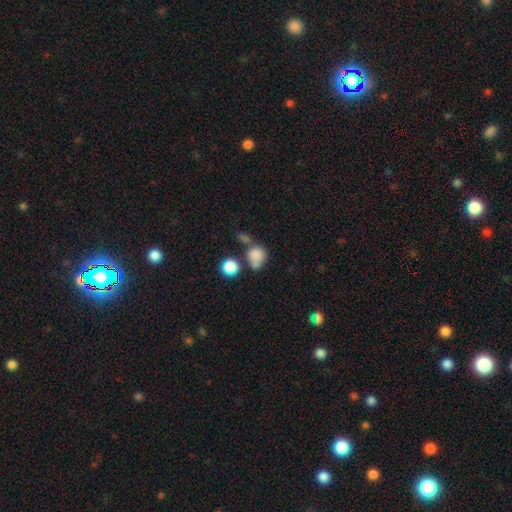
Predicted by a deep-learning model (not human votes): smooth-or-featured: smooth: 79% | star or artifact: 11% | featured or disk: 9%
  how-rounded: round: 74% | in between: 25% | cigar-shaped: 1%
  merging: none: 41% | merger: 37% | minor disturbance: 14% | major disturbance: 9%